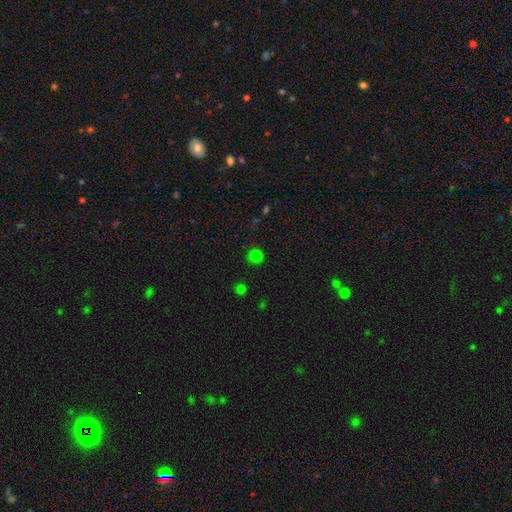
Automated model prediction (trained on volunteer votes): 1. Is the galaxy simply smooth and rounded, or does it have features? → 76% smooth, 20% star or artifact, 4% featured or disk.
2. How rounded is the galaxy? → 91% round, 8% in between, 1% cigar-shaped.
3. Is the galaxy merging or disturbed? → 87% none, 9% minor disturbance, 3% major disturbance, 2% merger.